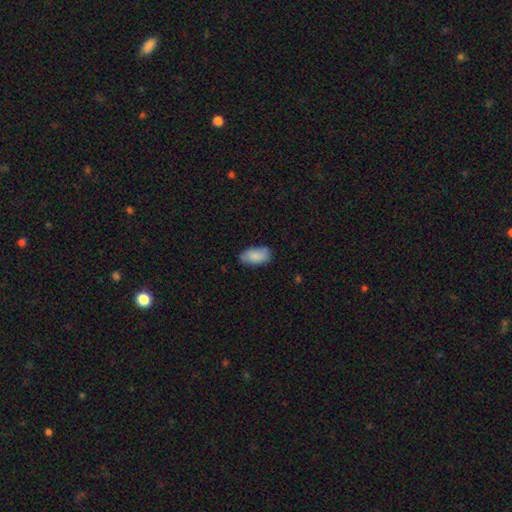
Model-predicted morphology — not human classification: Smooth or featured: smooth — 86% (featured or disk — 7%)
How rounded: in between — 94% (cigar-shaped — 4%)
Merging: none — 75% (minor disturbance — 19%)